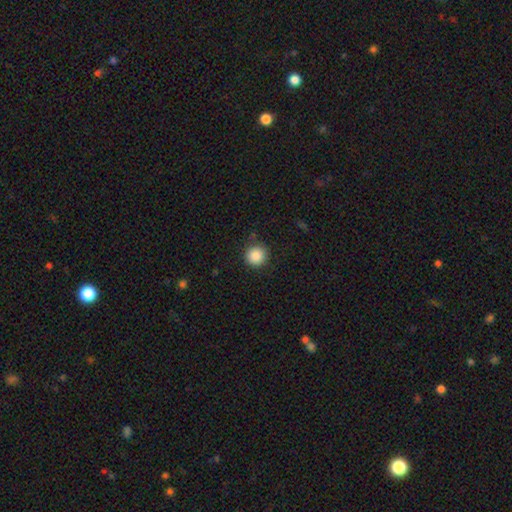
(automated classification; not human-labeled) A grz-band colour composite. It shows a smooth galaxy with no disk features (88%) that is round (94%). Merging: none (88%).